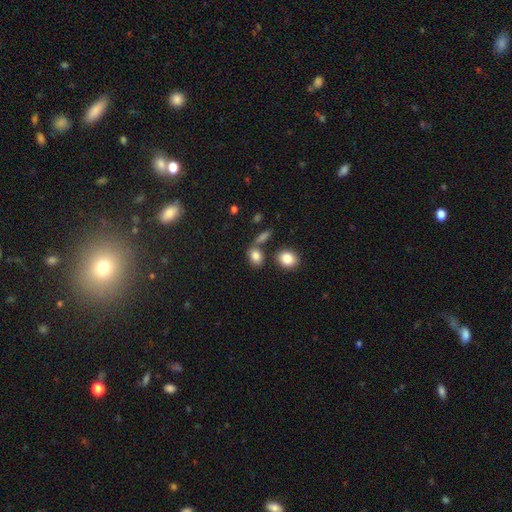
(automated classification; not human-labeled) Morphology: type=smooth (83%); roundness=in between (65%); merging=none (64%).